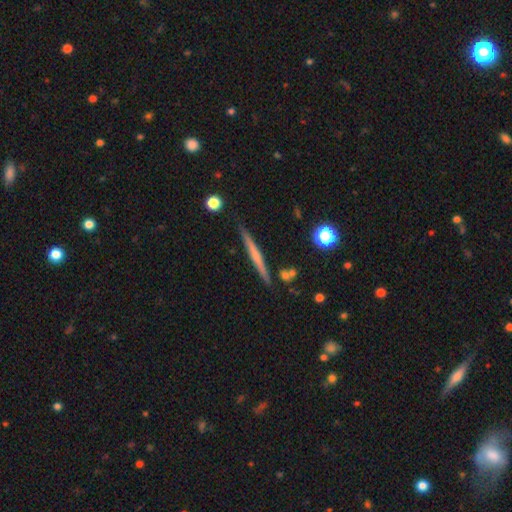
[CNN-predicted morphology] A featured or disk galaxy (58%) viewed edge-on (97%) with no central bulge (57%).

Vote fractions:
- Smooth or featured? featured or disk: 58% / smooth: 35% / star or artifact: 7%
- Edge-on disk? yes: 97% / no: 3%
- Edge-on bulge? none: 57% / rounded: 36% / boxy: 7%
- Merging? none: 88% / minor disturbance: 8% / merger: 3% / major disturbance: 2%